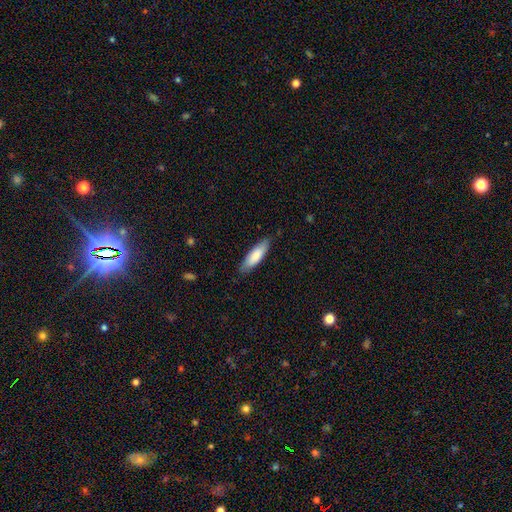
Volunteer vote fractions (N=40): This is likely a smooth galaxy (75%). How rounded: possibly cigar-shaped (57%). Merging: likely none (67%).